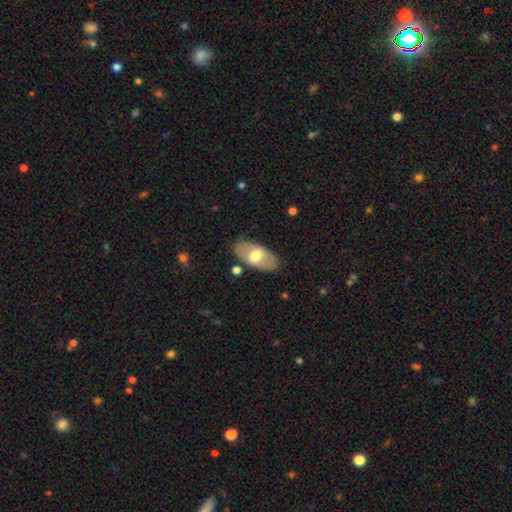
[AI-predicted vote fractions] Smooth or featured: smooth — 58% (featured or disk — 37%)
How rounded: in between — 93% (cigar-shaped — 4%)
Merging: none — 83% (minor disturbance — 12%)